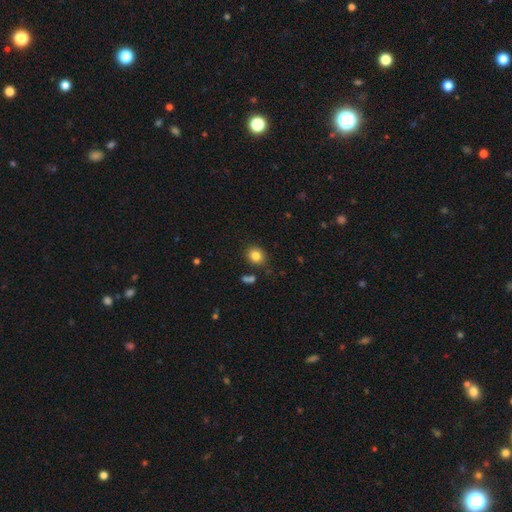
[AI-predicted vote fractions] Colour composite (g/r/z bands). It shows a smooth galaxy with no disk features (82%) that is round (62%). Merging: none (83%).